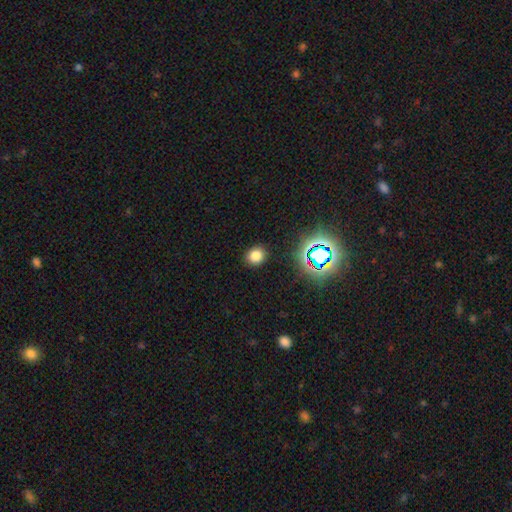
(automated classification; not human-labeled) smooth_or_featured: smooth (p=0.76) [alt: star or artifact p=0.18]
how_rounded: round (p=0.77) [alt: in between p=0.22]
merging: none (p=0.89) [alt: minor disturbance p=0.07]